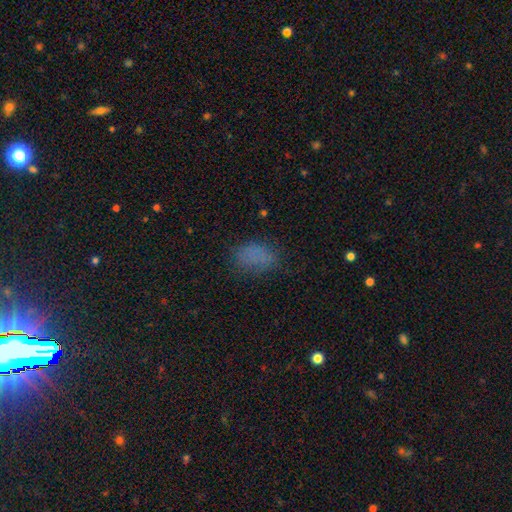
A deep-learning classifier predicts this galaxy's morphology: The model was most divided on "merging": none: 67%, minor disturbance: 20%, major disturbance: 11%, merger: 2%. More confident: how rounded — in between (86%); smooth or featured — smooth (72%).